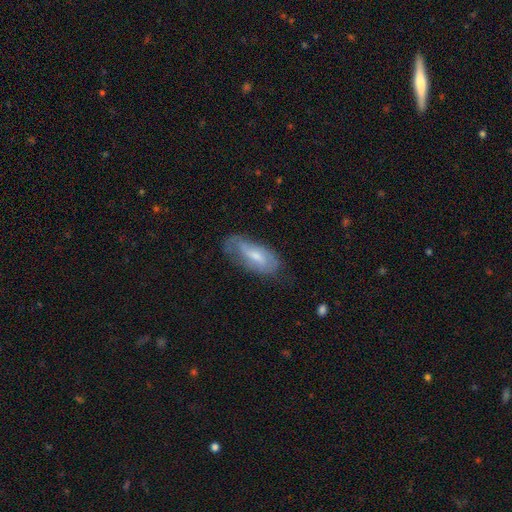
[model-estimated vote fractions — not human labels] Smooth or featured? featured or disk (51%)
Edge-on disk? no (86%)
Merging? none (57%)